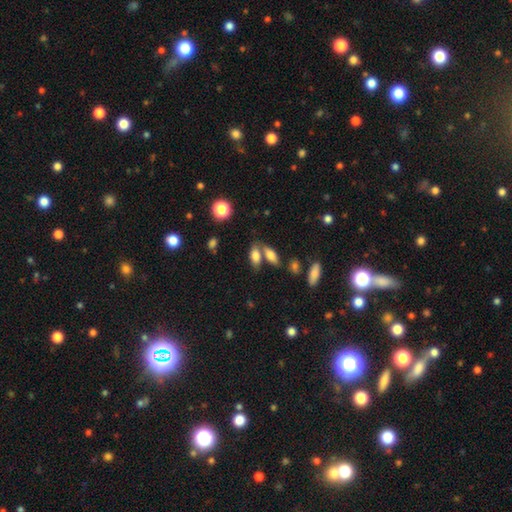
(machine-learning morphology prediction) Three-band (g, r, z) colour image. It shows a smooth galaxy with no disk features (78%) that is in between round and cigar-shaped (82%). Merging: none (51%).